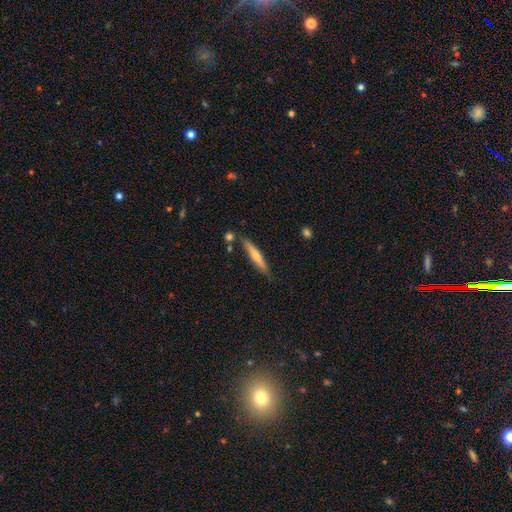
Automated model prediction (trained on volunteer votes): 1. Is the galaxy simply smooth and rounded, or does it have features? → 57% featured or disk, 36% smooth, 6% star or artifact.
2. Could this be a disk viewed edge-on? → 95% yes, 5% no.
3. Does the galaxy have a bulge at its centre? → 78% rounded, 18% none, 4% boxy.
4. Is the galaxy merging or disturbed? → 83% none, 11% minor disturbance, 4% merger, 2% major disturbance.